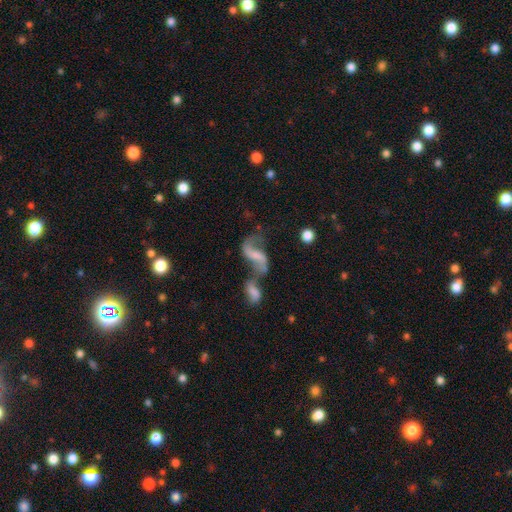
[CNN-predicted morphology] Smooth or featured? featured or disk (73%)
Edge-on disk? no (96%)
Bar? weak (42%)
Spiral arms? yes (87%)
Spiral winding? loose (83%)
Spiral arm count? 2 (87%)
Bulge size? none (46%)
Merging? merger (55%)